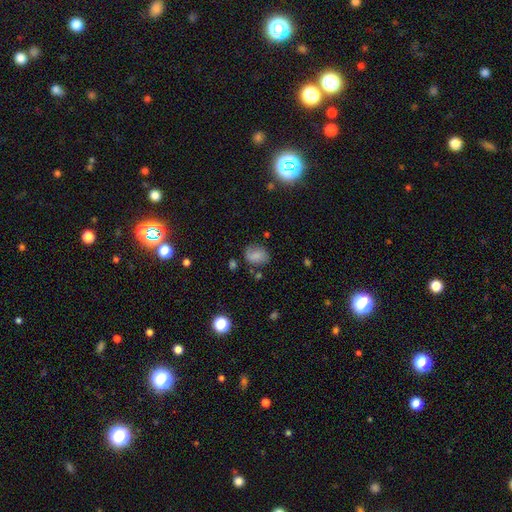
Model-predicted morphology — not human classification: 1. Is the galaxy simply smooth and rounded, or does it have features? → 75% smooth, 13% featured or disk, 12% star or artifact.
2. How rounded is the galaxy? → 57% in between, 41% round, 1% cigar-shaped.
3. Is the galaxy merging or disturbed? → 64% none, 24% minor disturbance, 8% major disturbance, 4% merger.